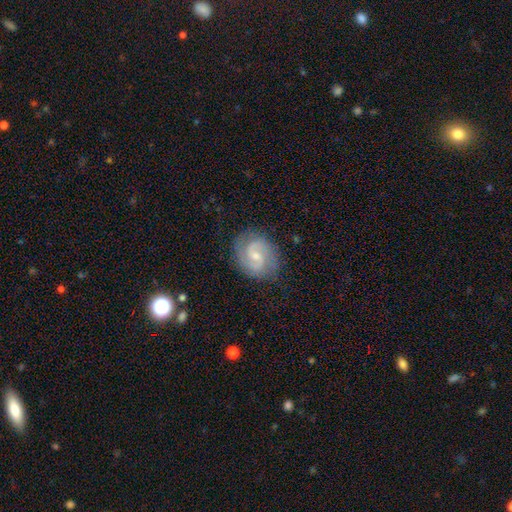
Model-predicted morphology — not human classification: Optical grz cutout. It shows a featured or disk galaxy (84%) with a weak bar (56%), 2 (91%) medium (55%) spiral arms (97%) and a small central bulge (57%). Merging: none (81%).